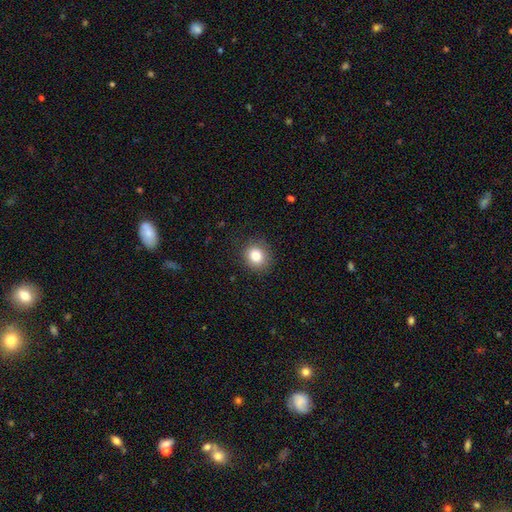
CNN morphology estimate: smooth_or_featured: smooth (p=0.82) [alt: star or artifact p=0.10]
how_rounded: round (p=0.81) [alt: in between p=0.18]
merging: none (p=0.88) [alt: minor disturbance p=0.08]